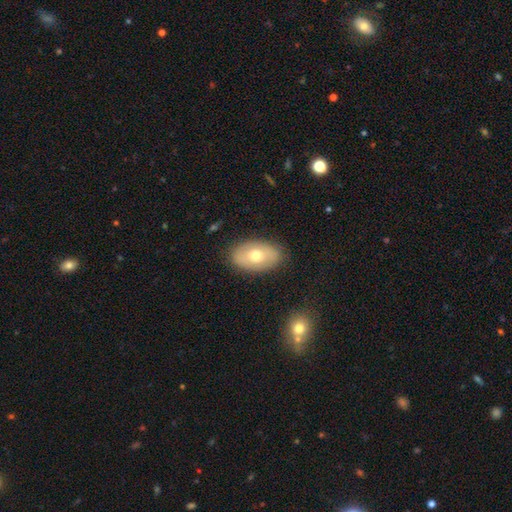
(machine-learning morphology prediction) type=smooth (60%); roundness=in between (91%); merging=none (86%).